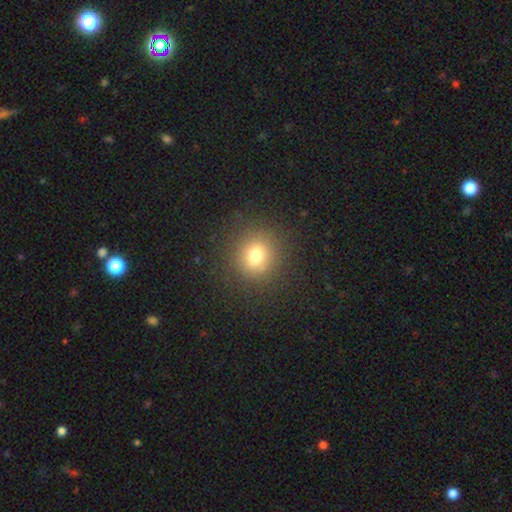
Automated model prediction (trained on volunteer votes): This is likely a smooth galaxy (75%). How rounded: clearly round (88%). Merging: clearly none (87%).